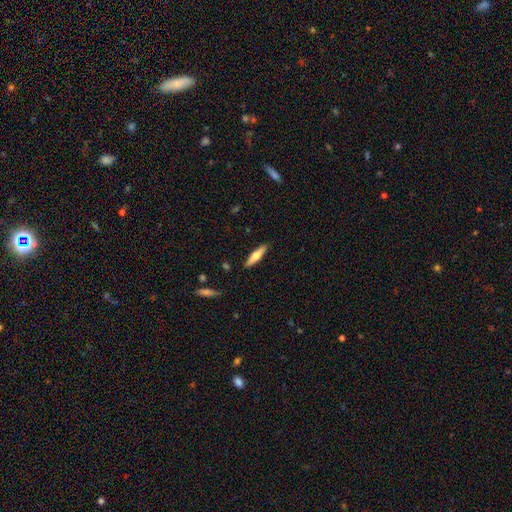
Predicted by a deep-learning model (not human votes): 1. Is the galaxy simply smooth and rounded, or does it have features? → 55% smooth, 39% featured or disk, 6% star or artifact.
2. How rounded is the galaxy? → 76% cigar-shaped, 22% in between, 2% round.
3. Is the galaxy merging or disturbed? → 89% none, 8% minor disturbance, 2% major disturbance, 1% merger.